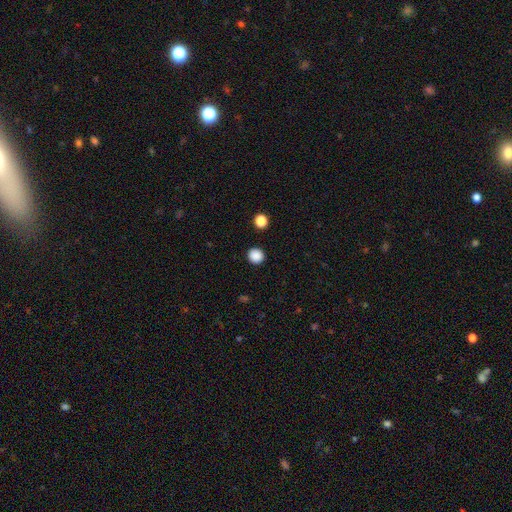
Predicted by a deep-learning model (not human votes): Smooth or featured? smooth (88%)
How rounded? round (91%)
Merging? none (92%)